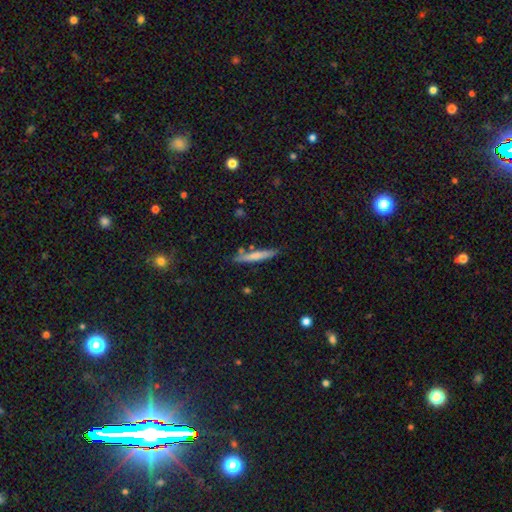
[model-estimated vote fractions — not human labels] Q: Smooth or featured?
A: smooth (68%); runner-up: featured or disk (26%)
Q: How rounded?
A: cigar-shaped (93%); runner-up: in between (5%)
Q: Merging?
A: none (80%); runner-up: minor disturbance (12%)